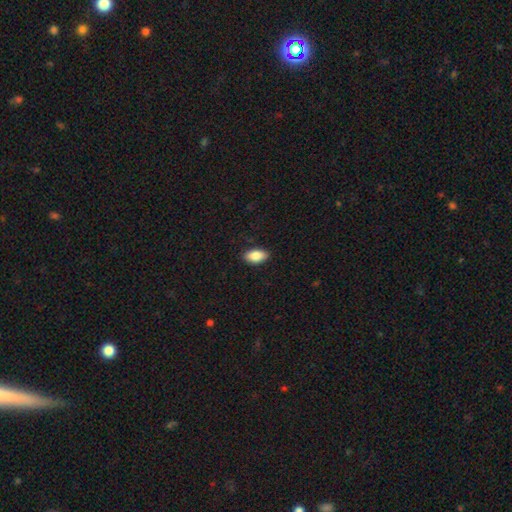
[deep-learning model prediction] A smooth galaxy with no disk features (87%) that is in between round and cigar-shaped (93%). Merging: none (89%).